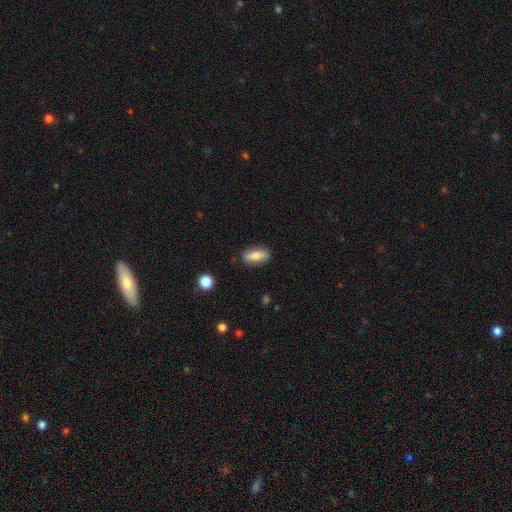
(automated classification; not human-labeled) A smooth galaxy with no disk features (72%) that is in between round and cigar-shaped (74%).

Vote fractions:
- Smooth or featured? smooth: 72% / featured or disk: 21% / star or artifact: 7%
- How rounded? in between: 74% / cigar-shaped: 22% / round: 4%
- Merging? none: 84% / minor disturbance: 12% / major disturbance: 2% / merger: 2%